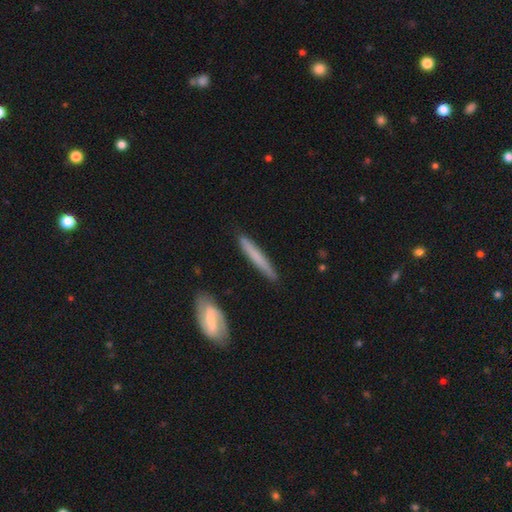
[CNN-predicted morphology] type=smooth (57%); roundness=cigar-shaped (94%); merging=none (87%).